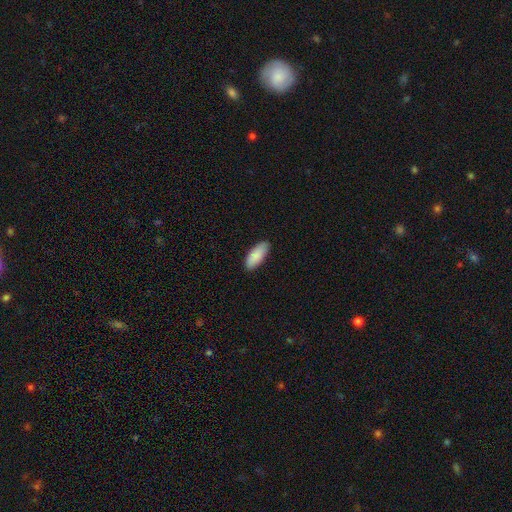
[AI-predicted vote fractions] smooth-or-featured: smooth: 88% | featured or disk: 6% | star or artifact: 6%
  how-rounded: in between: 82% | cigar-shaped: 16% | round: 2%
  merging: none: 85% | minor disturbance: 12% | major disturbance: 2% | merger: 1%